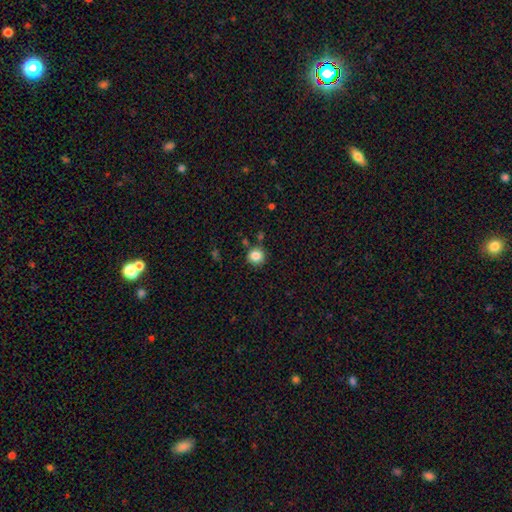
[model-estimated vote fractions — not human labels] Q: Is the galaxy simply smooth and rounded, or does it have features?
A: smooth — 85%.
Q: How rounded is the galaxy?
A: round — 92%.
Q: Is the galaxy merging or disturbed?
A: none — 84%.